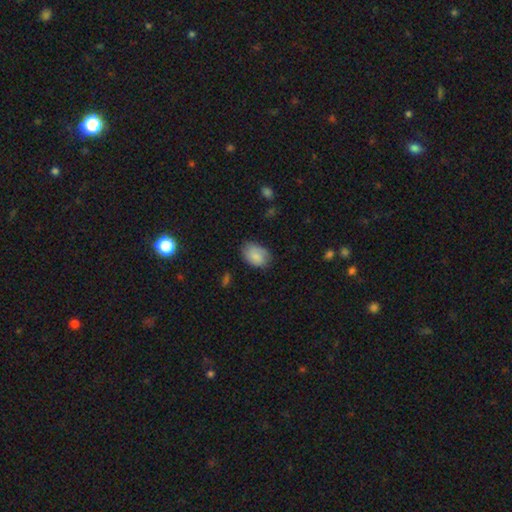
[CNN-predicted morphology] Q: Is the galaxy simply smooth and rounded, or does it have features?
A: smooth — 74%.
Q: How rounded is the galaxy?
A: in between — 80%.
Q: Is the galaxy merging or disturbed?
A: none — 70%.